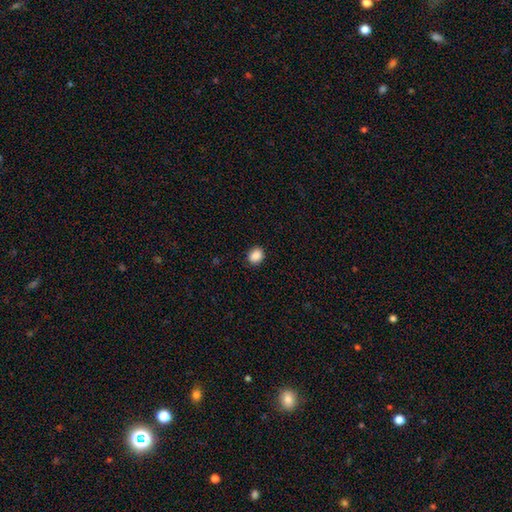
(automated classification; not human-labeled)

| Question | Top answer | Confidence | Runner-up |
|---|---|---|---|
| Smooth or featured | smooth | 88% | star or artifact (9%) |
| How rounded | round | 58% | in between (41%) |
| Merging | none | 89% | minor disturbance (8%) |